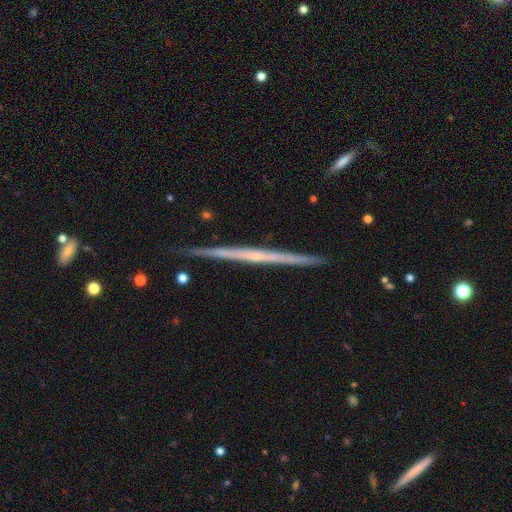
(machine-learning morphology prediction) Smooth or featured? featured or disk (75%)
Edge-on disk? yes (98%)
Edge-on bulge? none (70%)
Merging? none (89%)